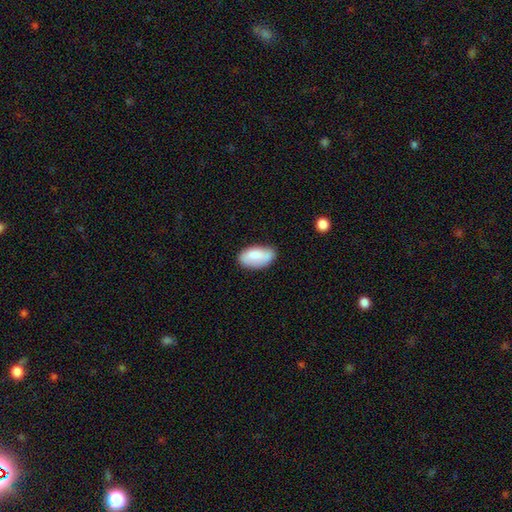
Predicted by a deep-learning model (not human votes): This appears to be a smooth galaxy with no disk features (78%) that is in between round and cigar-shaped (94%). Merging: none (65%).